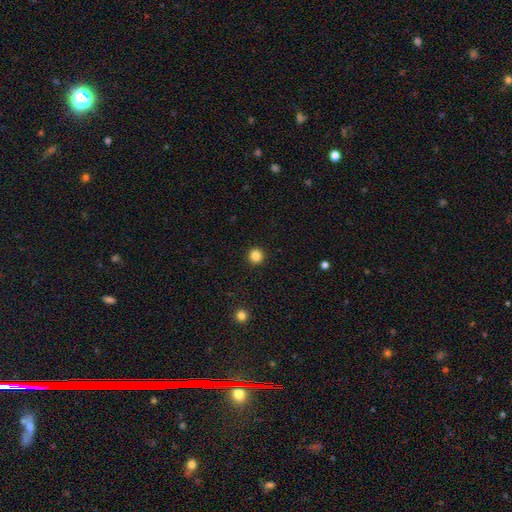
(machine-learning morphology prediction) Q: Smooth or featured?
A: smooth (86%); runner-up: star or artifact (11%)
Q: How rounded?
A: round (92%); runner-up: in between (7%)
Q: Merging?
A: none (92%); runner-up: minor disturbance (5%)